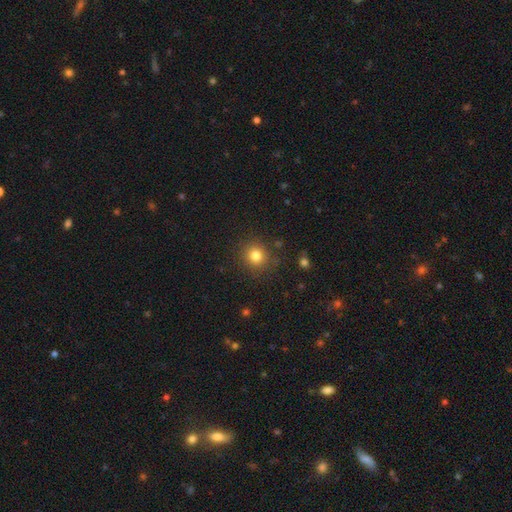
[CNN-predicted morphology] Smooth or featured? smooth (80%)
How rounded? round (91%)
Merging? none (87%)